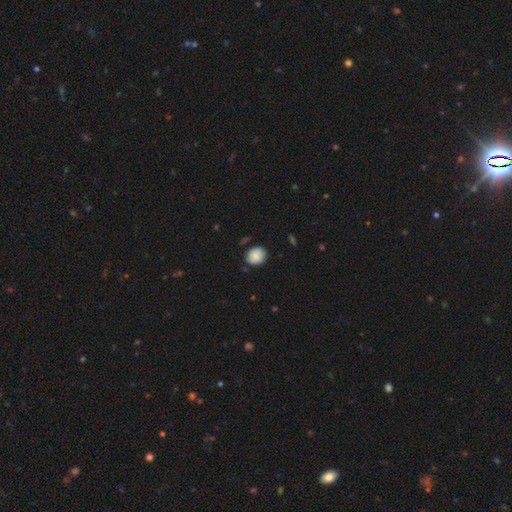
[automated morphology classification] Smooth or featured?
  - smooth: 85% *
  - star or artifact: 8%
  - featured or disk: 7%
How rounded?
  - round: 76% *
  - in between: 23%
  - cigar-shaped: 1%
Merging?
  - none: 77% *
  - minor disturbance: 18%
  - major disturbance: 3%
  - merger: 2%